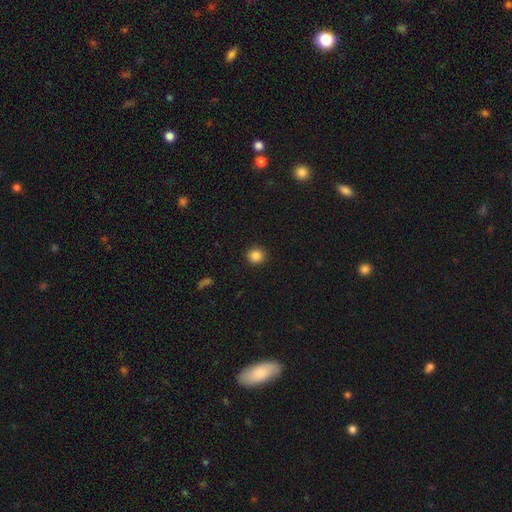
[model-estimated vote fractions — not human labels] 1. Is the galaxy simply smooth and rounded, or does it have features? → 86% smooth, 11% star or artifact, 4% featured or disk.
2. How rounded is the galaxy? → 92% round, 7% in between, 1% cigar-shaped.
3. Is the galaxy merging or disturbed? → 92% none, 5% minor disturbance, 2% major disturbance, 1% merger.